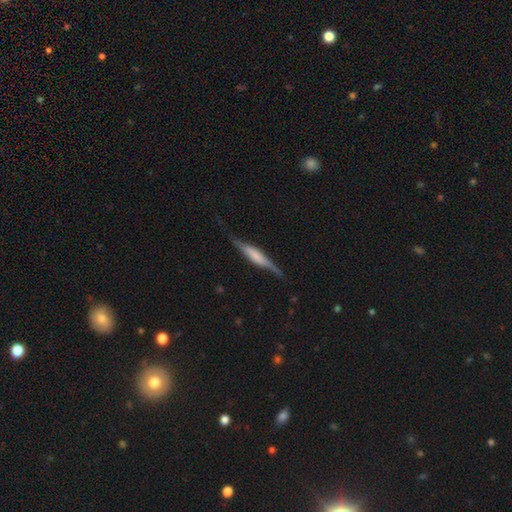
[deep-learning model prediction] smooth-or-featured: featured or disk: 64% | smooth: 30% | star or artifact: 6%
  disk-edge-on: yes: 93% | no: 7%
    edge-on-bulge: boxy: 52% | rounded: 32% | none: 17%
  merging: none: 77% | minor disturbance: 16% | major disturbance: 4% | merger: 2%